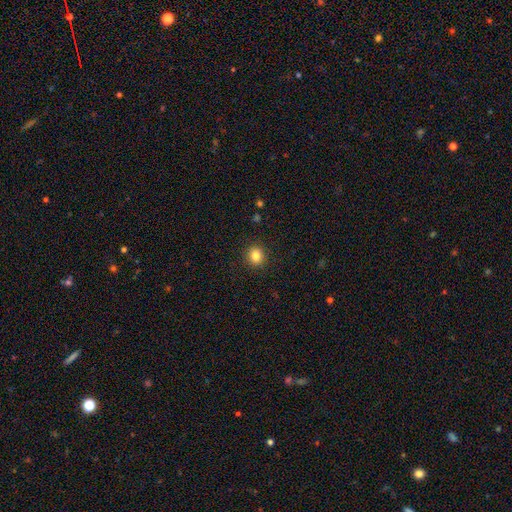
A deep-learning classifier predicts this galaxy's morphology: Q: Smooth or featured?
A: smooth (84%); runner-up: star or artifact (11%)
Q: How rounded?
A: round (84%); runner-up: in between (15%)
Q: Merging?
A: none (92%); runner-up: minor disturbance (6%)